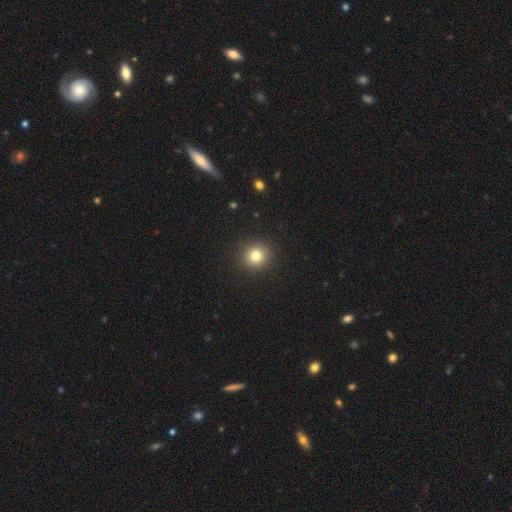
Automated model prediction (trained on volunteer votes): Overall: smooth (81%). How rounded: round (92%). Merging: none (92%).